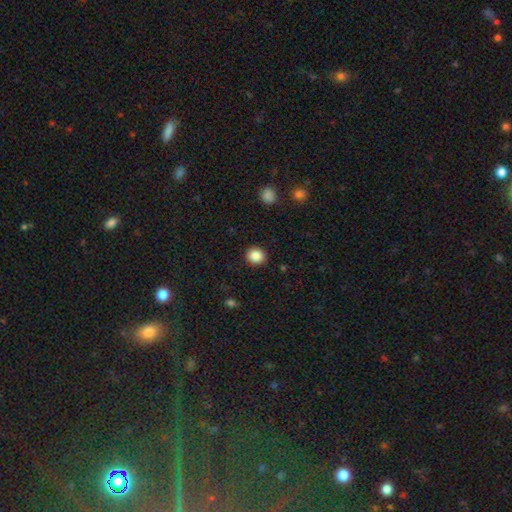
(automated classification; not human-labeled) Smooth or featured? smooth (88%)
How rounded? round (78%)
Merging? none (91%)